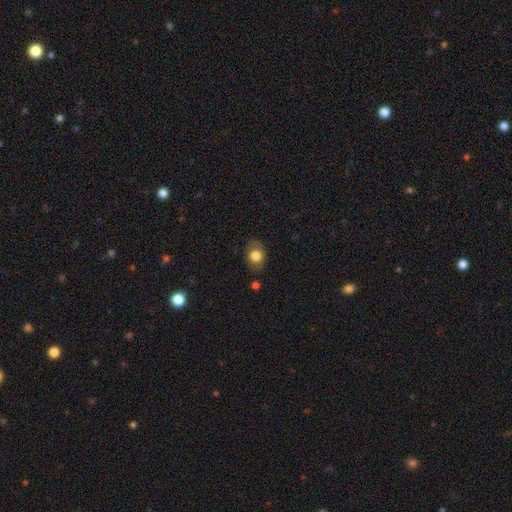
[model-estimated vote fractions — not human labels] Overall: smooth (78%). How rounded: in between (62%; round 37%). Merging: none (76%).